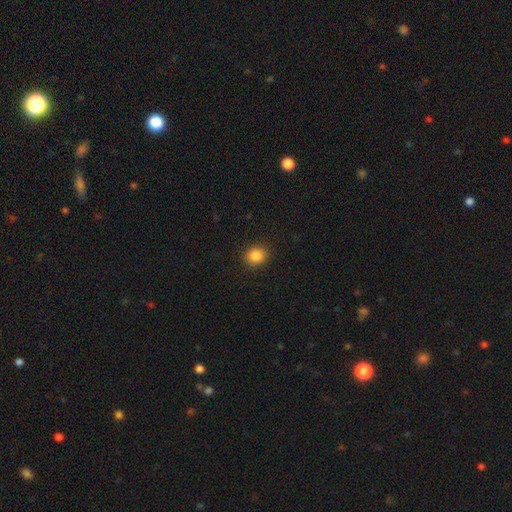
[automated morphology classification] Smooth or featured: smooth — 87% (star or artifact — 10%)
How rounded: round — 68% (in between — 31%)
Merging: none — 89% (minor disturbance — 8%)